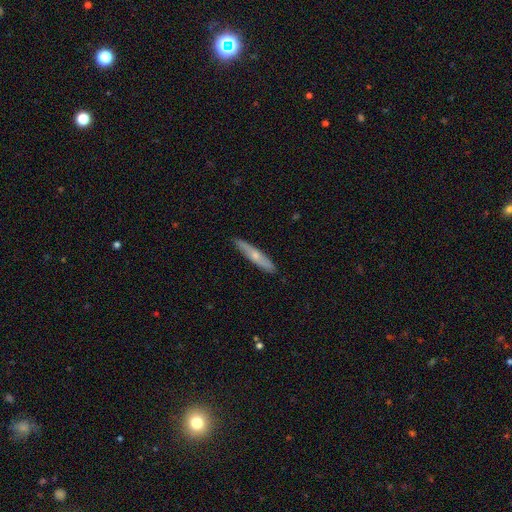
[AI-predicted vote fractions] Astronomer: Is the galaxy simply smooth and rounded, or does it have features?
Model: smooth — 53% (runner-up: featured or disk, 42%).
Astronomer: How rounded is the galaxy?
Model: cigar-shaped — 91%.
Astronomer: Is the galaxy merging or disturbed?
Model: none — 88%.